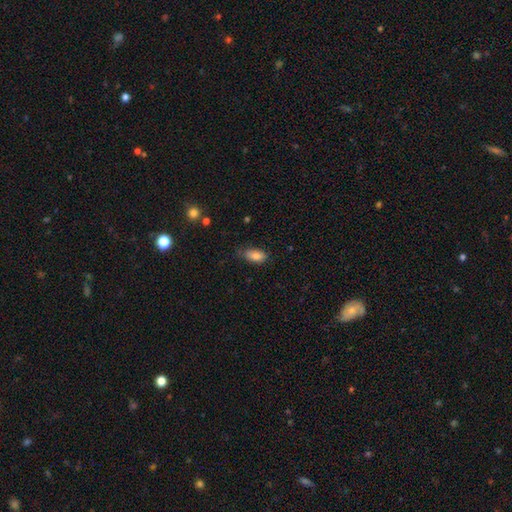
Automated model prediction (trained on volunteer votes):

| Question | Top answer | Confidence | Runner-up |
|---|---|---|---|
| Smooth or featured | smooth | 83% | featured or disk (9%) |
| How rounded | in between | 88% | cigar-shaped (9%) |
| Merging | none | 69% | minor disturbance (25%) |